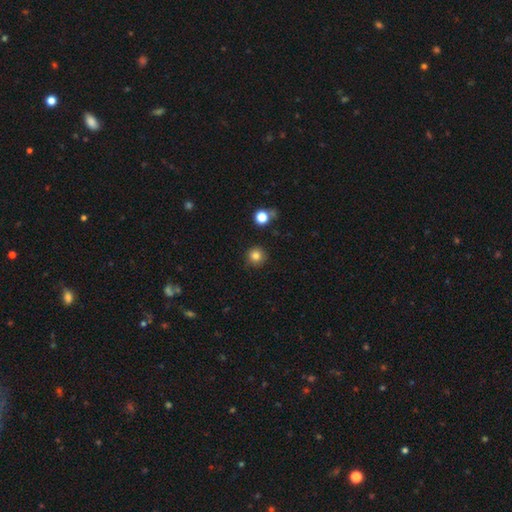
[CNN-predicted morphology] Smooth or featured: smooth — 82% (star or artifact — 12%)
How rounded: round — 94% (in between — 5%)
Merging: none — 87% (minor disturbance — 8%)